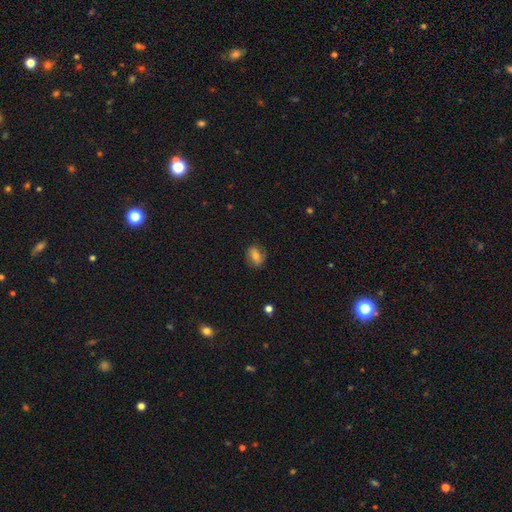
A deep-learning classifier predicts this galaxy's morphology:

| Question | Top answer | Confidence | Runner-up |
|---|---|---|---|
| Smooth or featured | smooth | 60% | featured or disk (30%) |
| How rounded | in between | 64% | round (32%) |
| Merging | none | 80% | minor disturbance (15%) |